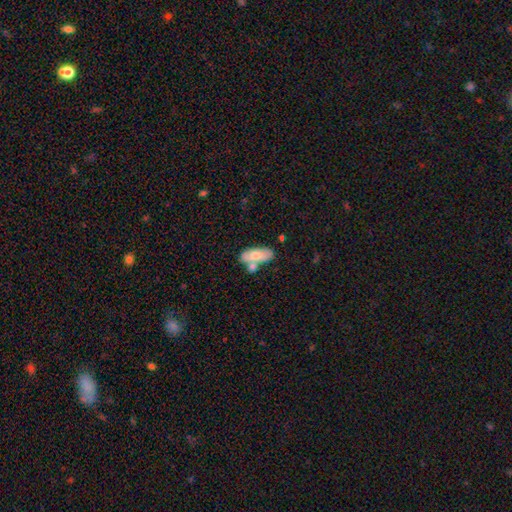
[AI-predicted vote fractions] Smooth or featured? smooth (67%)
How rounded? in between (86%)
Merging? none (43%)